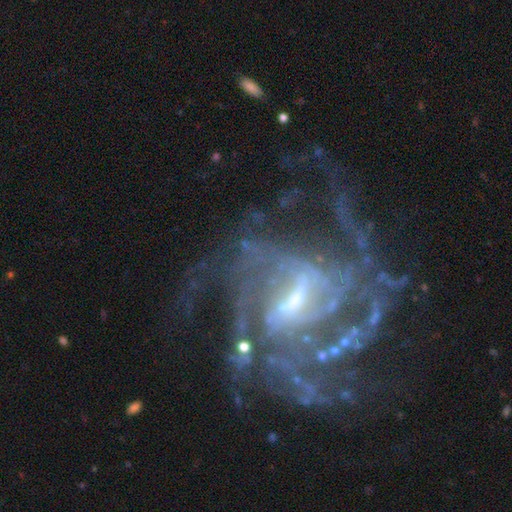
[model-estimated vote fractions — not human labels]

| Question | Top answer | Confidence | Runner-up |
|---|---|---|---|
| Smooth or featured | featured or disk | 88% | star or artifact (8%) |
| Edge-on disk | no | 97% | yes (3%) |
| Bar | weak | 49% | strong (35%) |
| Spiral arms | yes | 96% | no (4%) |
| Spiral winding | medium | 46% | tight (31%) |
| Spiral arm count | can't tell | 27% | 2 (19%) |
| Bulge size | small | 62% | moderate (28%) |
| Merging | none | 53% | major disturbance (28%) |